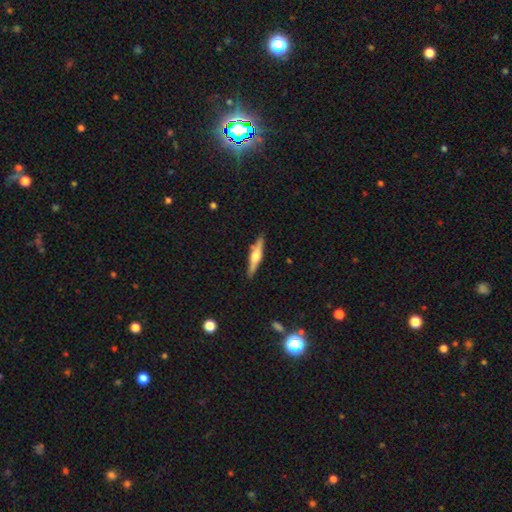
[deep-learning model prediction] This appears to be a featured or disk galaxy (62%) viewed edge-on (97%) with a rounded central bulge (88%). Merging: none (88%).